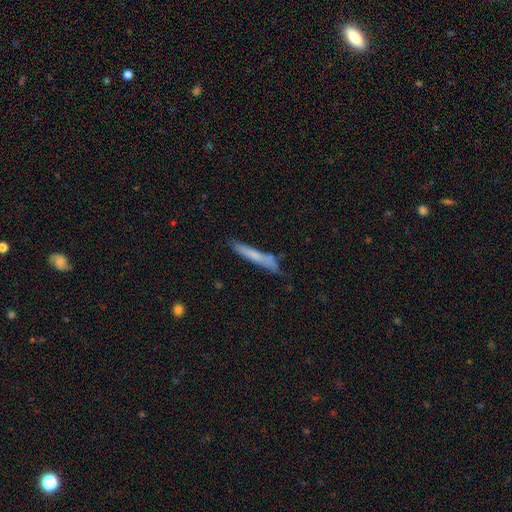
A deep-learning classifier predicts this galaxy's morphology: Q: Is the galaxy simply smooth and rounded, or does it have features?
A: smooth — 64%.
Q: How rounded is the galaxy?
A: cigar-shaped — 93%.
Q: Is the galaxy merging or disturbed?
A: none — 71%.